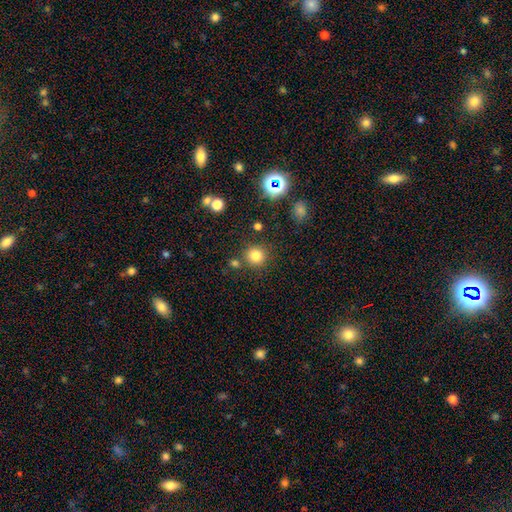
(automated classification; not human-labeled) smooth_or_featured: smooth (p=0.80) [alt: star or artifact p=0.15]
how_rounded: round (p=0.93) [alt: in between p=0.06]
merging: none (p=0.82) [alt: minor disturbance p=0.08]